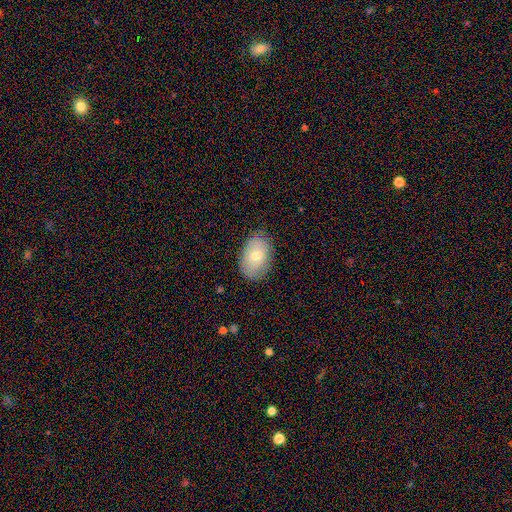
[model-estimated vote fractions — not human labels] This appears to be a smooth galaxy with no disk features (67%) that is in between round and cigar-shaped (88%). Merging: none (83%).